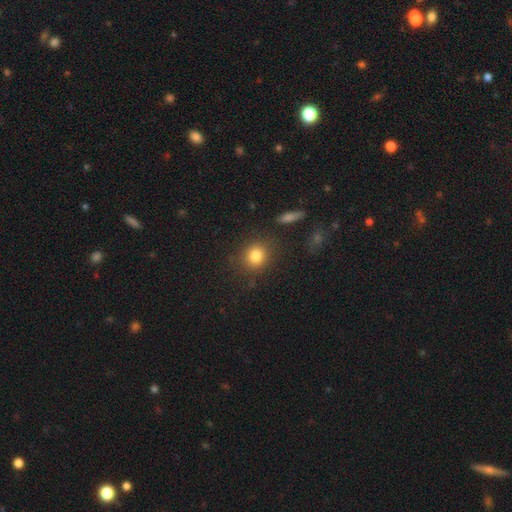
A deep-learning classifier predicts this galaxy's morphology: This is clearly a smooth galaxy (82%). How rounded: clearly round (81%). Merging: clearly none (83%).